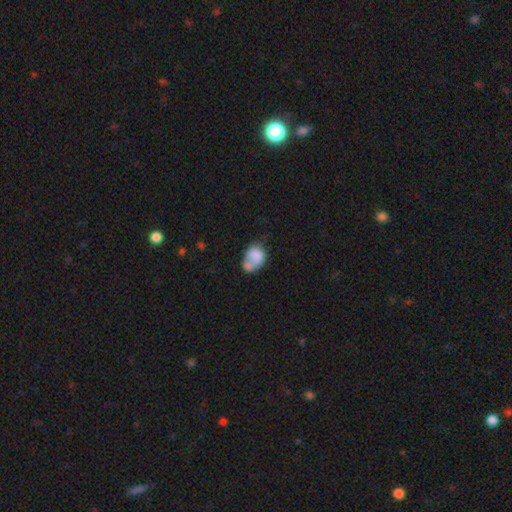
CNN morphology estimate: type=smooth (72%); roundness=in between (71%); merging=merger (30%).